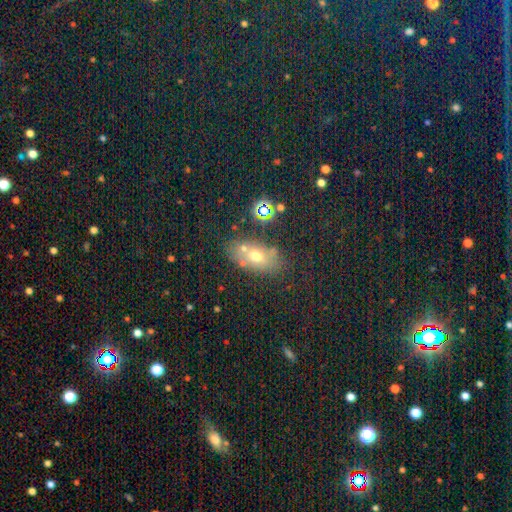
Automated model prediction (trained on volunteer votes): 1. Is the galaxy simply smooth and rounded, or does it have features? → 56% smooth, 22% star or artifact, 21% featured or disk.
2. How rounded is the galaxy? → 75% in between, 18% round, 6% cigar-shaped.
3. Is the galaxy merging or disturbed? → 64% none, 18% merger, 14% minor disturbance, 5% major disturbance.